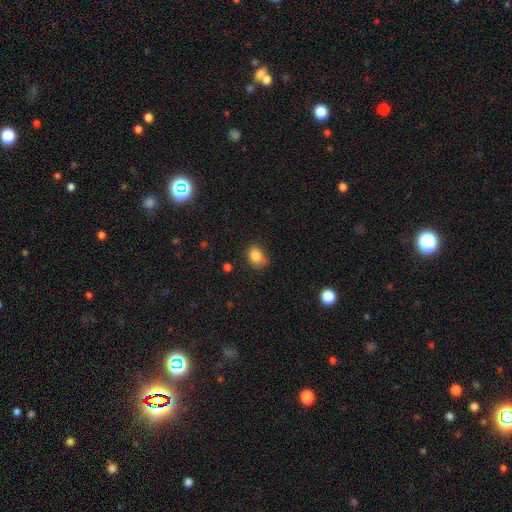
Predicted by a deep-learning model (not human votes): A smooth galaxy with no disk features (85%) that is in between round and cigar-shaped (58%).

Vote fractions:
- Smooth or featured? smooth: 85% / star or artifact: 10% / featured or disk: 5%
- How rounded? in between: 58% / round: 41% / cigar-shaped: 1%
- Merging? none: 69% / minor disturbance: 24% / major disturbance: 5% / merger: 2%